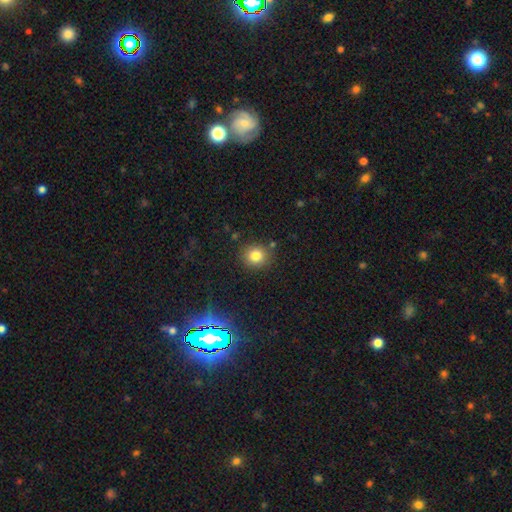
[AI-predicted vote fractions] This appears to be a smooth galaxy with no disk features (80%) that is round (85%). Merging: none (85%).